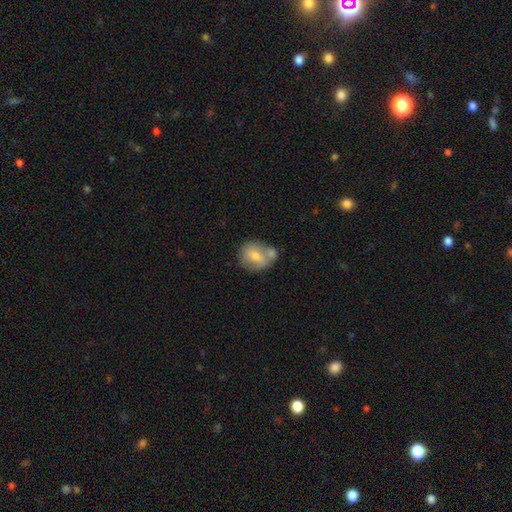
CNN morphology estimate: A smooth galaxy with no disk features (58%) that is round (64%). Merging: none (45%).